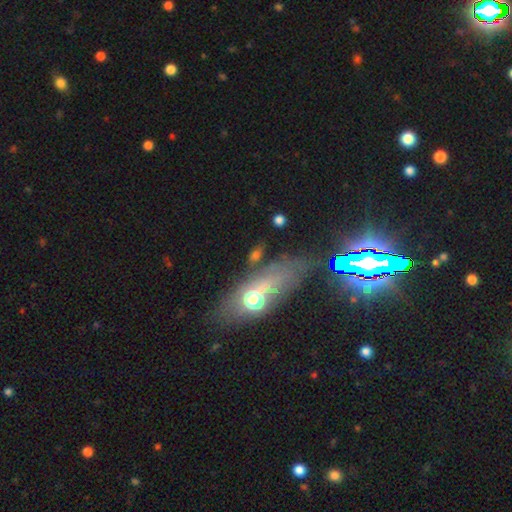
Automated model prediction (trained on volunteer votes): Smooth or featured: smooth — 48% (star or artifact — 27%)
Merging: none — 65% (minor disturbance — 15%)